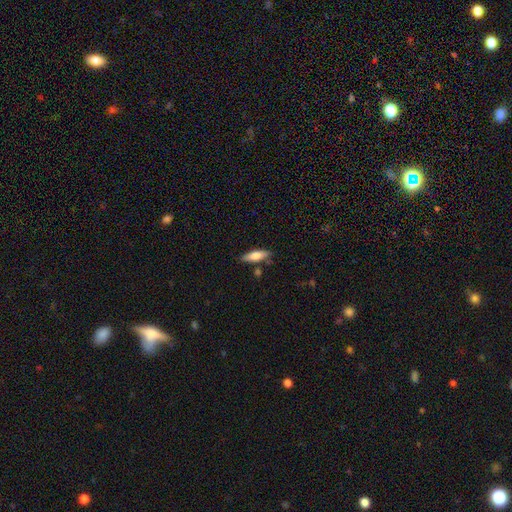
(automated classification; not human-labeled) Smooth or featured?
  - smooth: 69% *
  - featured or disk: 25%
  - star or artifact: 6%
How rounded?
  - cigar-shaped: 50% *
  - in between: 48%
  - round: 2%
Merging?
  - none: 79% *
  - minor disturbance: 13%
  - merger: 5%
  - major disturbance: 3%